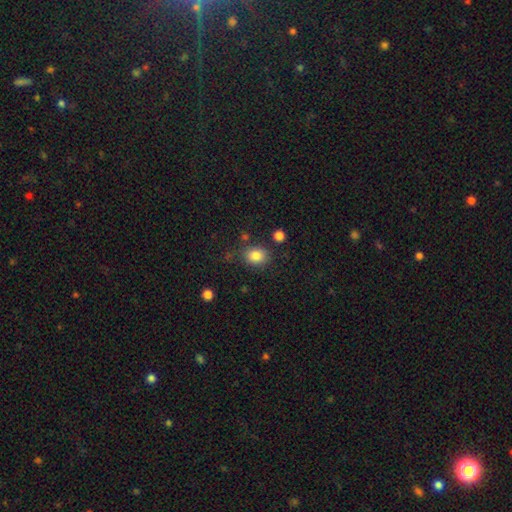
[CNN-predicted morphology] smooth 83%, star or artifact 11%, featured or disk 6%. Down the decision tree: how rounded — round (63%); merging — none (79%).